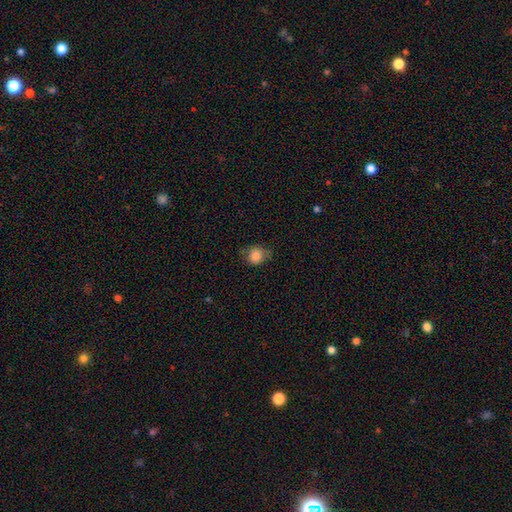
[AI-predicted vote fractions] This is clearly a smooth galaxy (84%). How rounded: likely round (71%). Merging: likely none (64%).